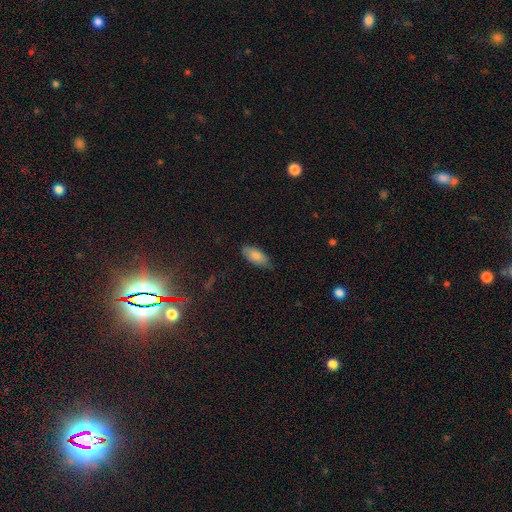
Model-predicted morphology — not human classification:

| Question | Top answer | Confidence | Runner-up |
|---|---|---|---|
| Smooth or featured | smooth | 83% | featured or disk (10%) |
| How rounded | in between | 87% | cigar-shaped (11%) |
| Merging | none | 73% | minor disturbance (22%) |